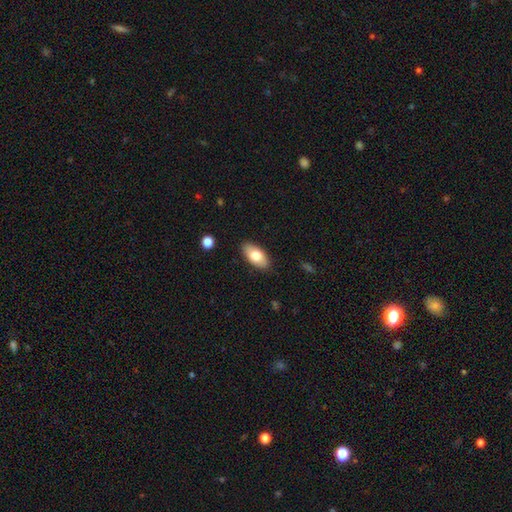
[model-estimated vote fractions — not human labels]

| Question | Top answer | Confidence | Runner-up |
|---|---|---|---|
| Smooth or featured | smooth | 78% | featured or disk (16%) |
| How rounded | in between | 92% | cigar-shaped (5%) |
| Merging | none | 88% | minor disturbance (9%) |